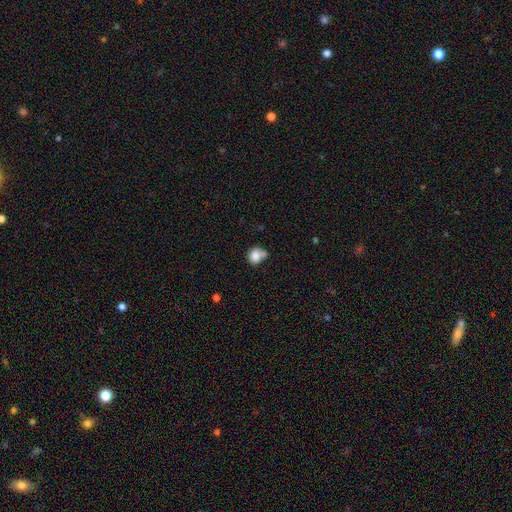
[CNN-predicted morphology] smooth 82%, star or artifact 10%, featured or disk 9%. Down the decision tree: how rounded — round (74%); merging — none (47%).